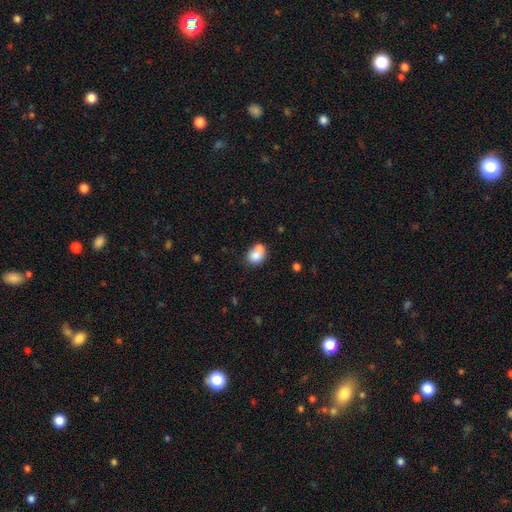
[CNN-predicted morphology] smooth 75%, featured or disk 15%, star or artifact 10%. Down the decision tree: how rounded — round (65%); merging — merger (53%).